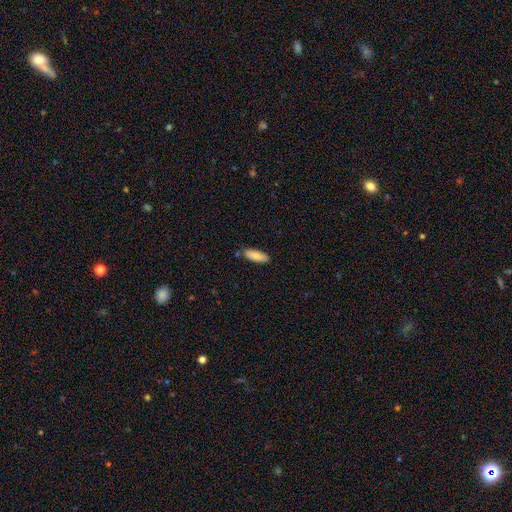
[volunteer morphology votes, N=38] Q: Smooth or featured?
A: smooth (76%); runner-up: featured or disk (13%)
Q: How rounded?
A: in between (55%); runner-up: cigar-shaped (41%)
Q: Merging?
A: none (71%); runner-up: minor disturbance (18%)